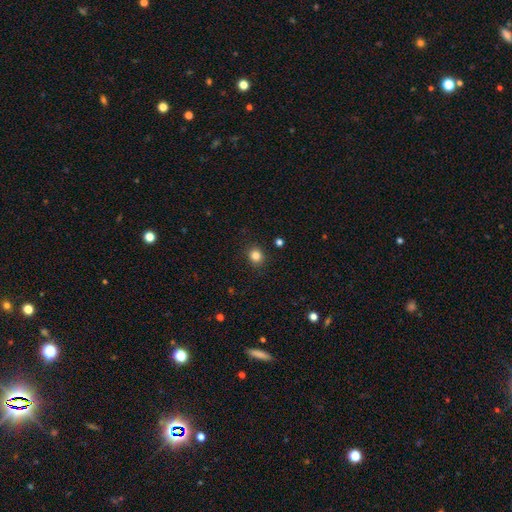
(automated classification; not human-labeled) Smooth or featured? Predicted: smooth (p=0.83). How rounded? Predicted: round (p=0.85). Merging? Predicted: none (p=0.90).